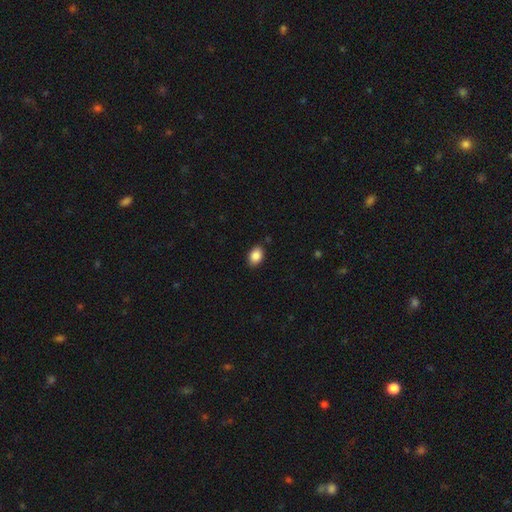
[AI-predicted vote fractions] A smooth galaxy with no disk features (88%) that is in between round and cigar-shaped (79%). Merging: none (87%).